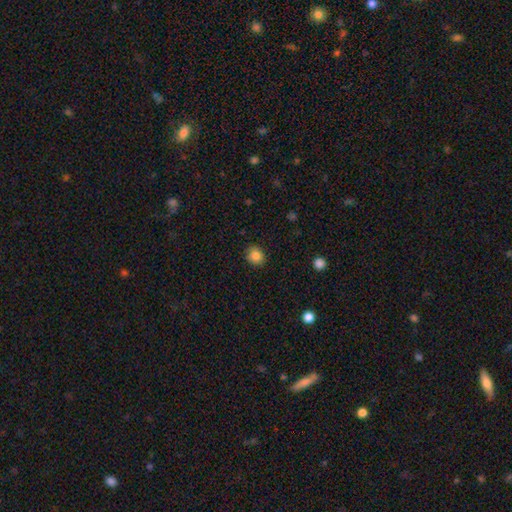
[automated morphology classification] Smooth or featured: smooth — 84% (star or artifact — 10%)
How rounded: round — 68% (in between — 31%)
Merging: none — 86% (minor disturbance — 10%)